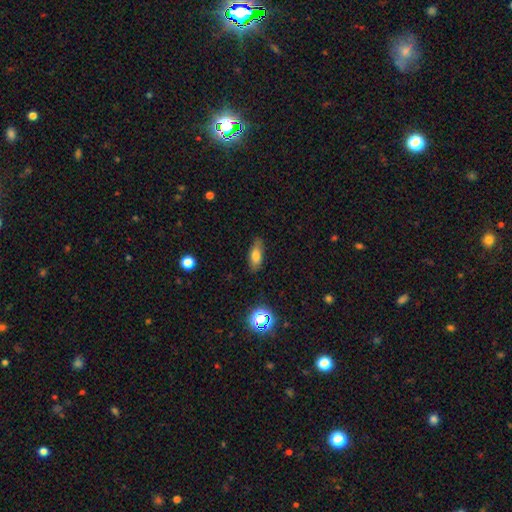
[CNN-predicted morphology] Smooth or featured?
  - smooth: 72% *
  - featured or disk: 18%
  - star or artifact: 10%
How rounded?
  - in between: 70% *
  - cigar-shaped: 25%
  - round: 5%
Merging?
  - none: 81% *
  - minor disturbance: 15%
  - major disturbance: 3%
  - merger: 1%